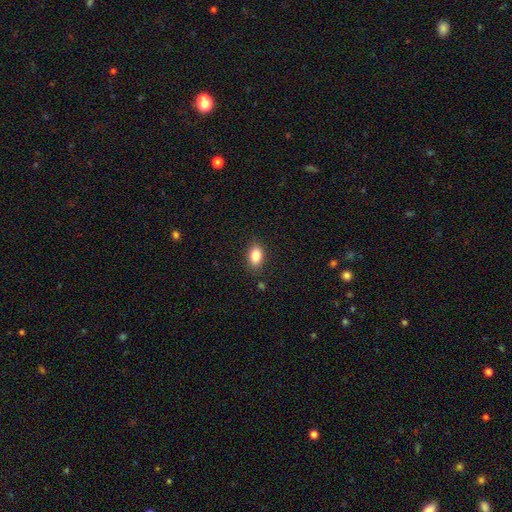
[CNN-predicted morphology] Smooth or featured: smooth — 84% (star or artifact — 9%)
How rounded: in between — 85% (round — 13%)
Merging: none — 86% (minor disturbance — 10%)